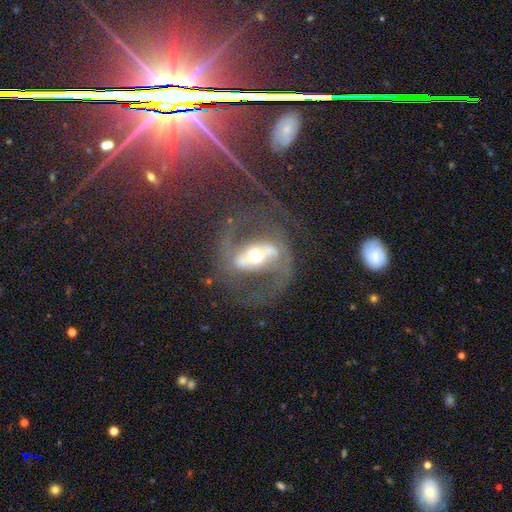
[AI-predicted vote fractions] Overall: featured or disk (86%). Edge-on disk: no (94%). Bar: strong (68%). Spiral arms: yes (86%). Spiral arm count: 2 (90%). Spiral winding: medium (54%; loose 25%). Bulge size: moderate (65%). Merging: none (71%).